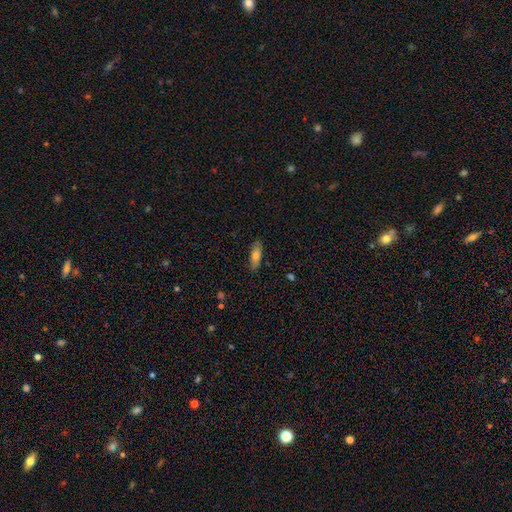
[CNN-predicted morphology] Smooth or featured? Predicted: smooth (p=0.73). How rounded? Predicted: in between (p=0.60). Merging? Predicted: none (p=0.86).